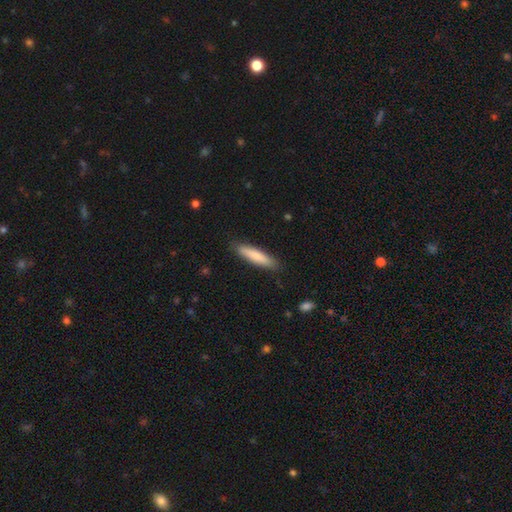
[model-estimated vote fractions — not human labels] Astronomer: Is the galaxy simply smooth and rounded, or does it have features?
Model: smooth — 80%.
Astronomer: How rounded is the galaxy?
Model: cigar-shaped — 83%.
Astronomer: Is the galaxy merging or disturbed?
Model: none — 87%.